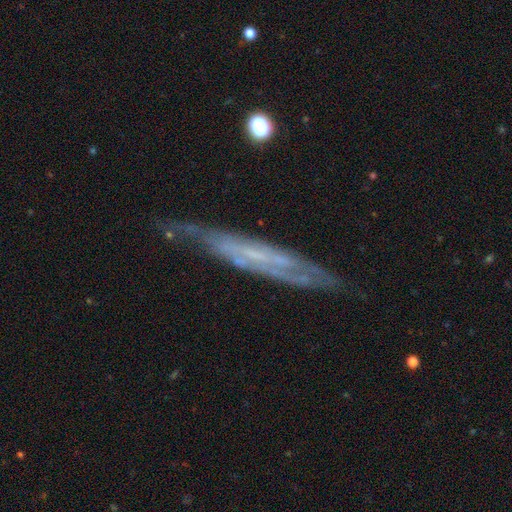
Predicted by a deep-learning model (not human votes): This appears to be a featured or disk galaxy (74%) viewed edge-on (59%). Merging: none (70%).